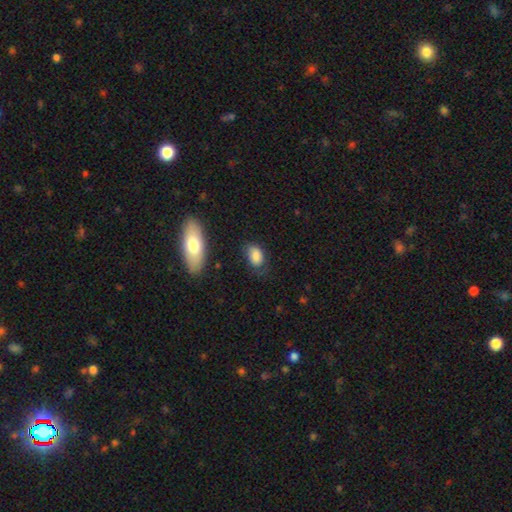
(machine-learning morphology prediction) A smooth galaxy with no disk features (83%) that is in between round and cigar-shaped (87%).

Vote fractions:
- Smooth or featured? smooth: 83% / featured or disk: 9% / star or artifact: 8%
- How rounded? in between: 87% / round: 11% / cigar-shaped: 2%
- Merging? none: 65% / minor disturbance: 25% / major disturbance: 8% / merger: 3%